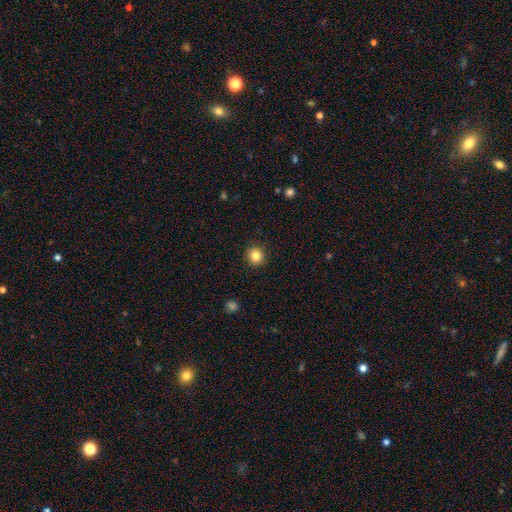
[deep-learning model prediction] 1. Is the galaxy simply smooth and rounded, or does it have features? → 84% smooth, 11% star or artifact, 5% featured or disk.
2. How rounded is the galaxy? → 90% round, 9% in between, 1% cigar-shaped.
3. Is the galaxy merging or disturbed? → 92% none, 5% minor disturbance, 2% major disturbance, 1% merger.